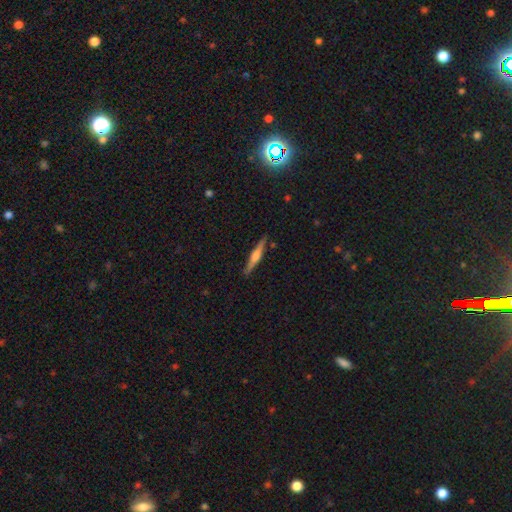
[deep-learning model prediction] smooth_or_featured: featured or disk (p=0.62) [alt: smooth p=0.32]
disk_edge_on: yes (p=0.98) [alt: no p=0.02]
edge_on_bulge: rounded (p=0.71) [alt: boxy p=0.19]
merging: none (p=0.90) [alt: minor disturbance p=0.07]